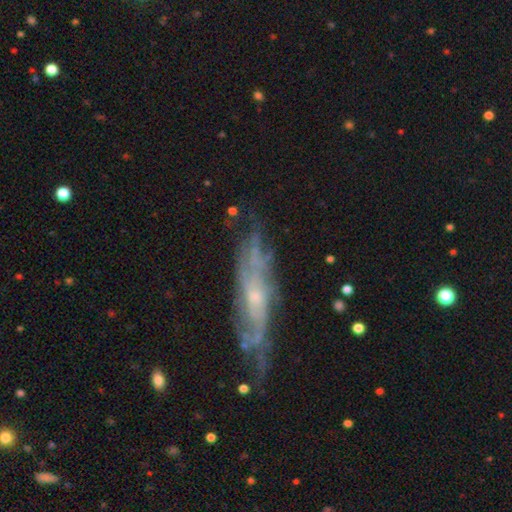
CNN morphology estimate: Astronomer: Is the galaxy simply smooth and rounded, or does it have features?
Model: featured or disk — 73%.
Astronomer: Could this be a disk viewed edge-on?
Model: no — 72%.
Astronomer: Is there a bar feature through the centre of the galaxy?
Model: no — 70%.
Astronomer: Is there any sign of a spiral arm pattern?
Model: yes — 81%.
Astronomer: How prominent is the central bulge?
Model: small — 60%.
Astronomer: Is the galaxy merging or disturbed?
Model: none — 65%.